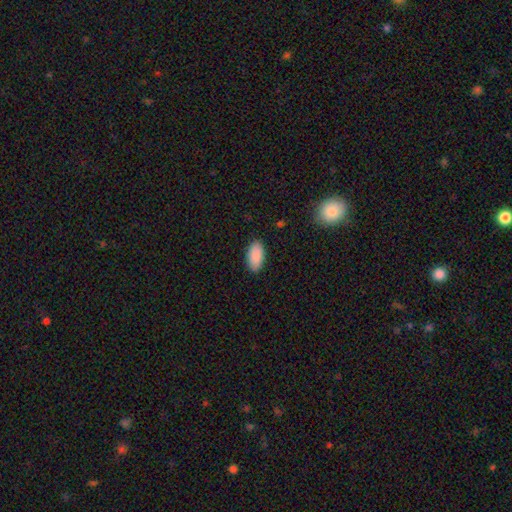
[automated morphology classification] Q: Smooth or featured?
A: smooth (90%); runner-up: star or artifact (6%)
Q: How rounded?
A: in between (95%); runner-up: cigar-shaped (3%)
Q: Merging?
A: none (88%); runner-up: minor disturbance (9%)